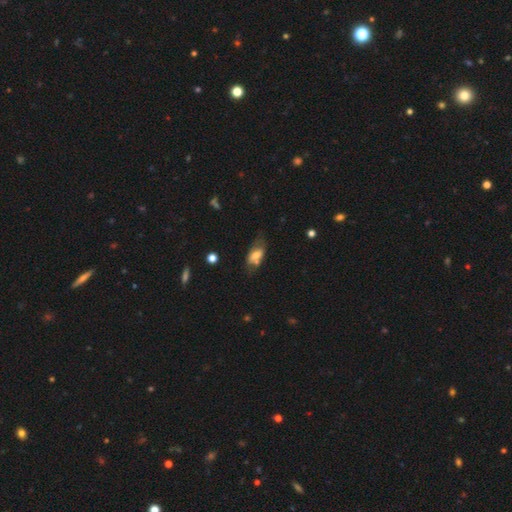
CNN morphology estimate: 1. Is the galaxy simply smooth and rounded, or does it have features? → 55% smooth, 37% featured or disk, 9% star or artifact.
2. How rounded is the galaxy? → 85% in between, 10% cigar-shaped, 5% round.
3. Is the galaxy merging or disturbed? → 48% none, 26% minor disturbance, 13% merger, 13% major disturbance.